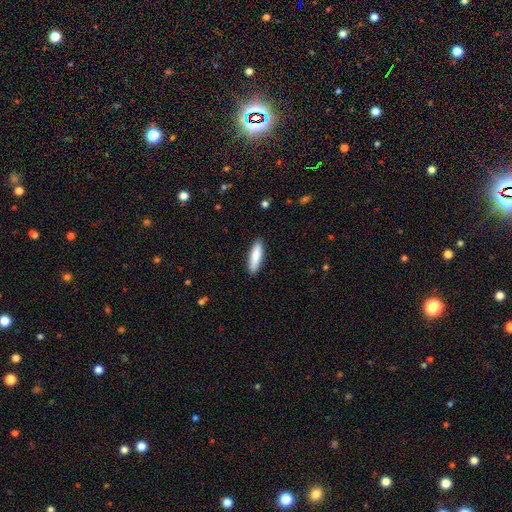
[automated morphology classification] smooth-or-featured: smooth: 84% | featured or disk: 10% | star or artifact: 6%
  how-rounded: cigar-shaped: 59% | in between: 40% | round: 1%
  merging: none: 88% | minor disturbance: 9% | major disturbance: 2% | merger: 1%